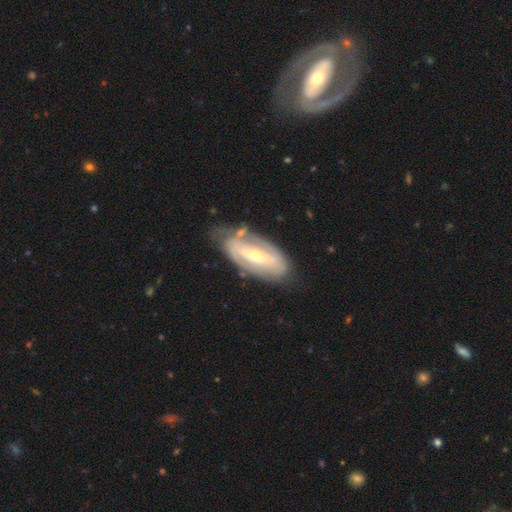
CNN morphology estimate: type=featured or disk (79%); edge-on=no (91%); bar=strong (40%); spiral arms=yes (81%); winding=tight (57%); arm count=2 (55%); bulge=small (55%); merging=none (64%).